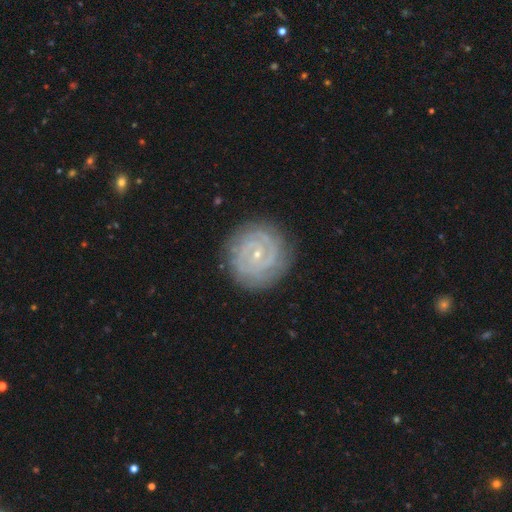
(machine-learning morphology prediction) featured or disk 76%, smooth 14%, star or artifact 9%. Down the decision tree: edge-on disk — no (97%); bar — no (49%); spiral arms — yes (94%); spiral arm count — 2 (39%); spiral winding — tight (81%); bulge size — small (78%); merging — none (85%).